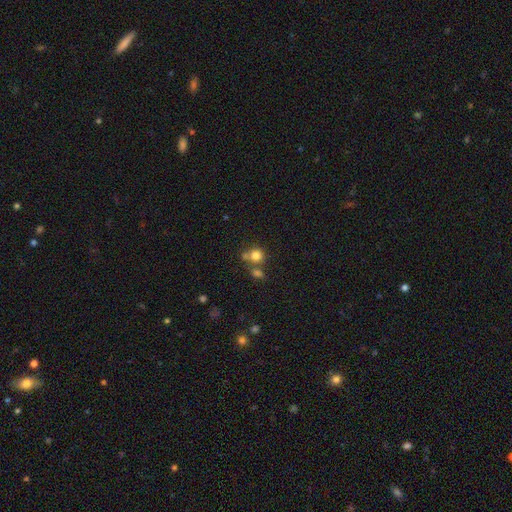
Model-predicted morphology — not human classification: smooth 79%, star or artifact 13%, featured or disk 9%. Down the decision tree: how rounded — round (84%); merging — none (54%).